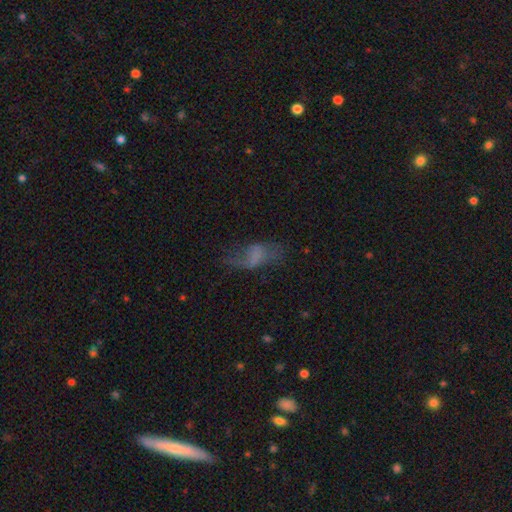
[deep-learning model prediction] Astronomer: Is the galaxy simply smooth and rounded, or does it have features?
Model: featured or disk — 43%, tied with smooth at 43%.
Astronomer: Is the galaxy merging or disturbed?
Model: none — 41% (runner-up: major disturbance, 33%).